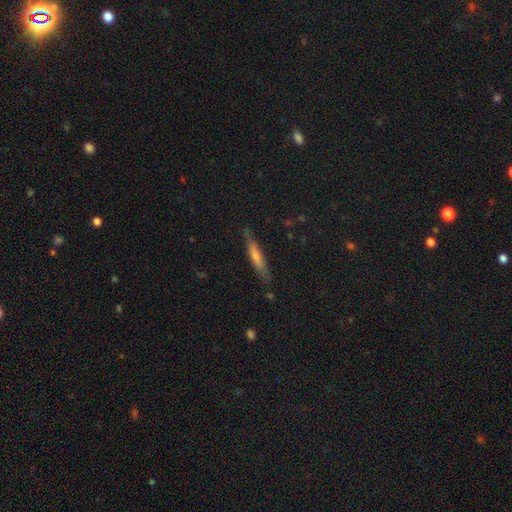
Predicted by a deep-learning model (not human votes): Morphology: type=smooth (48%); merging=none (82%).